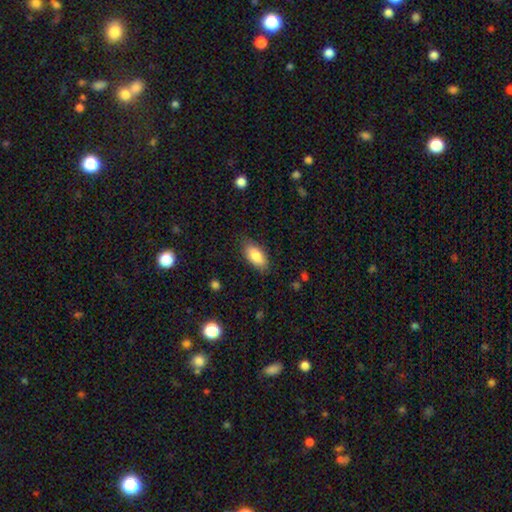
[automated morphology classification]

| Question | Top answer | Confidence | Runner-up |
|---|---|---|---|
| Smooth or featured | smooth | 84% | featured or disk (10%) |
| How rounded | in between | 91% | cigar-shaped (7%) |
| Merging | none | 81% | minor disturbance (15%) |